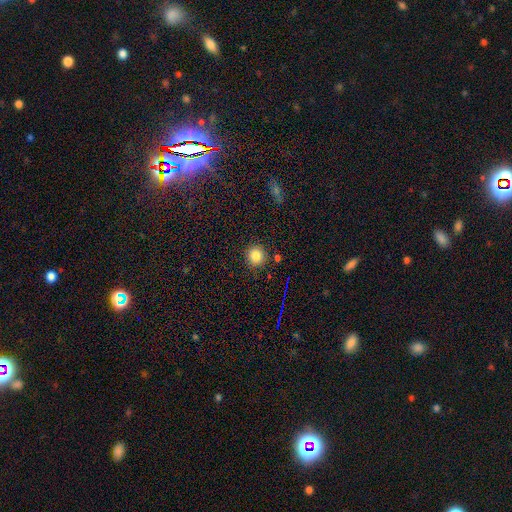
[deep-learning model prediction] A smooth galaxy with no disk features (84%) that is round (92%). Merging: none (88%).